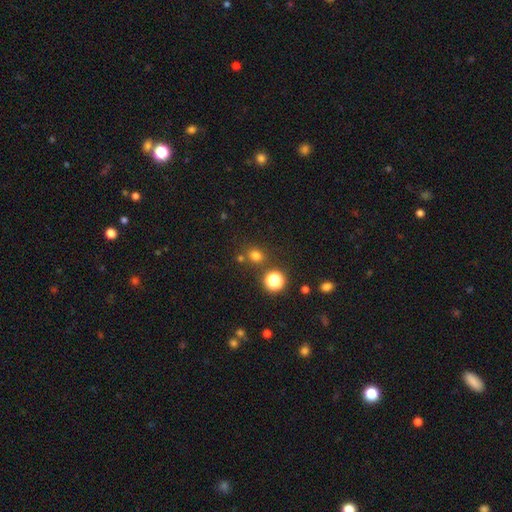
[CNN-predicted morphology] smooth-or-featured: smooth: 72% | star or artifact: 22% | featured or disk: 6%
  how-rounded: round: 70% | in between: 29% | cigar-shaped: 1%
  merging: none: 75% | merger: 11% | minor disturbance: 10% | major disturbance: 4%